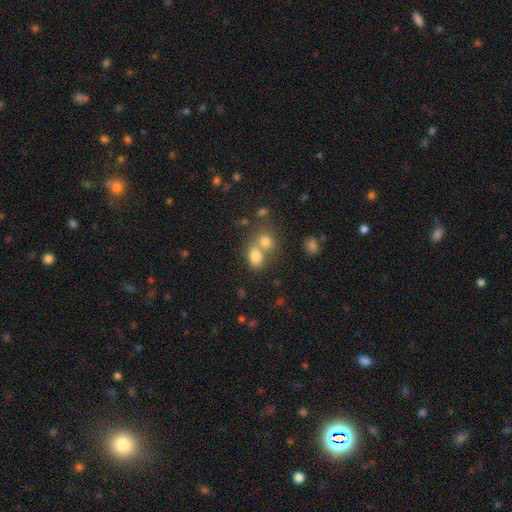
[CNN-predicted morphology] Q: Smooth or featured?
A: smooth (78%); runner-up: star or artifact (11%)
Q: How rounded?
A: in between (70%); runner-up: round (29%)
Q: Merging?
A: merger (54%); runner-up: none (33%)